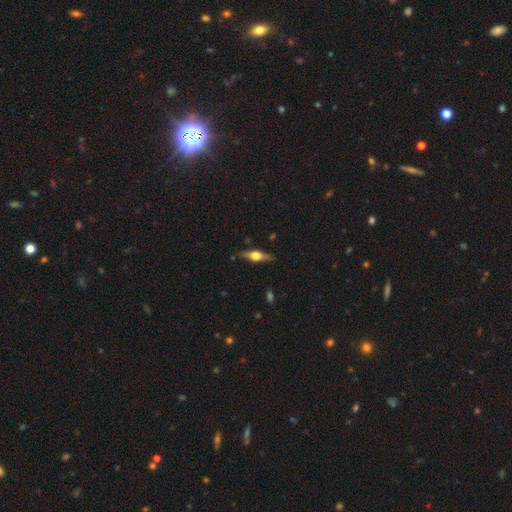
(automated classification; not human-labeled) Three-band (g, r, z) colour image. It shows a featured or disk galaxy (65%) viewed edge-on (95%) with a rounded central bulge (94%). Merging: none (85%).